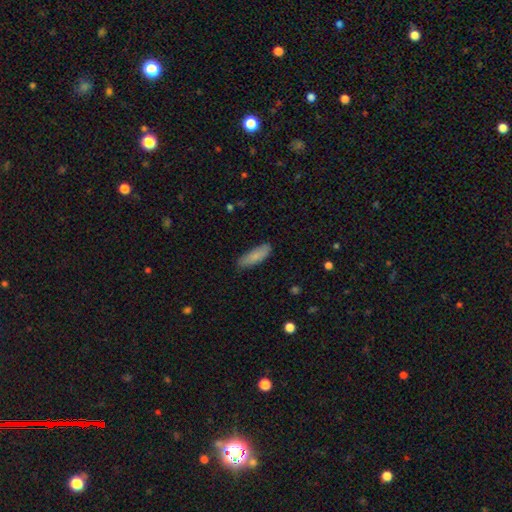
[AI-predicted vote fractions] Smooth or featured? smooth (85%)
How rounded? in between (50%)
Merging? none (83%)